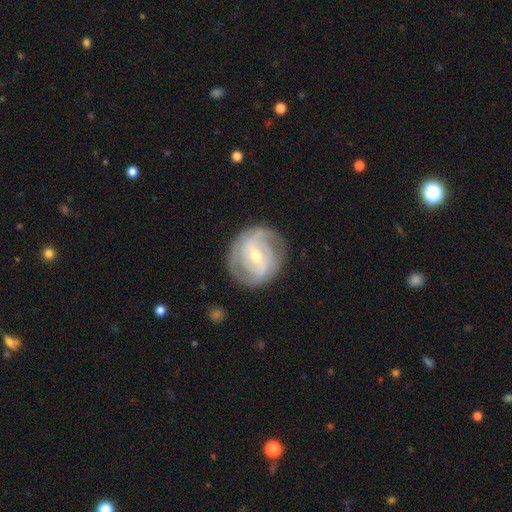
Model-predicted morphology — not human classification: A featured or disk galaxy (82%) with a weak bar (49%), 2 (47%) tight (61%) spiral arms (92%) and a moderate central bulge (52%). Merging: none (80%).